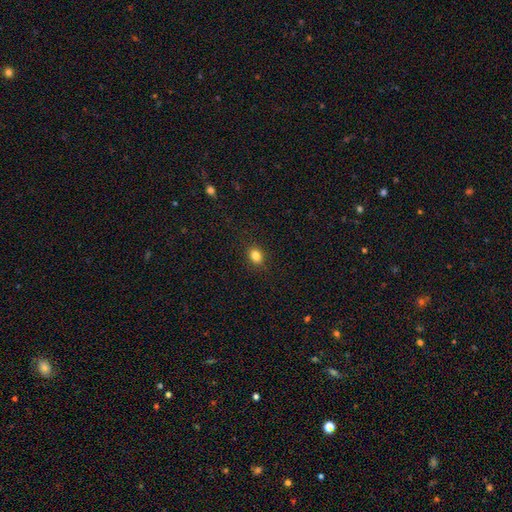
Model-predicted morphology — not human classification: Smooth or featured: smooth — 84% (star or artifact — 11%)
How rounded: in between — 55% (round — 44%)
Merging: none — 89% (minor disturbance — 8%)